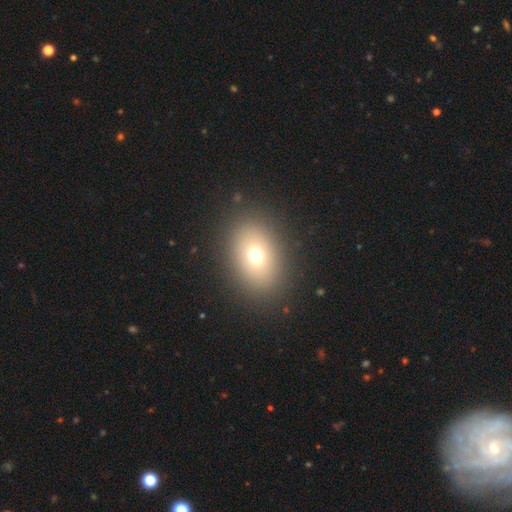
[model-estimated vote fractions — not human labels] Overall: smooth (70%). How rounded: in between (70%). Merging: none (88%).